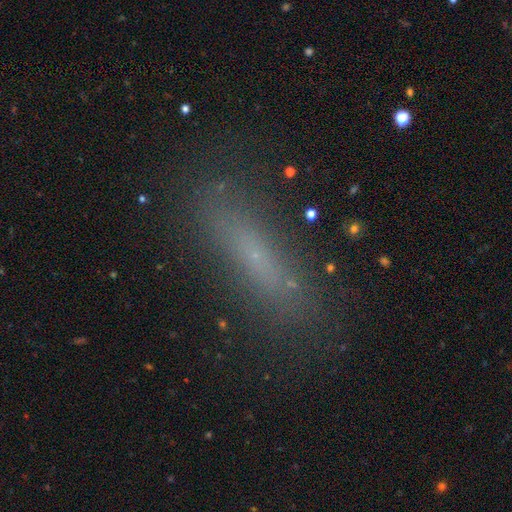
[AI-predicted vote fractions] Smooth or featured?
  - smooth: 55% *
  - featured or disk: 30%
  - star or artifact: 15%
How rounded?
  - cigar-shaped: 75% *
  - in between: 23%
  - round: 2%
Merging?
  - none: 81% *
  - minor disturbance: 13%
  - major disturbance: 4%
  - merger: 2%